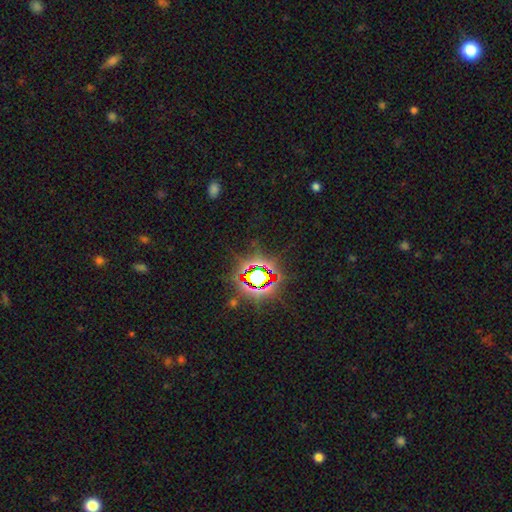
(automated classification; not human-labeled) This appears to be a star or artifact, not a galaxy (81%).